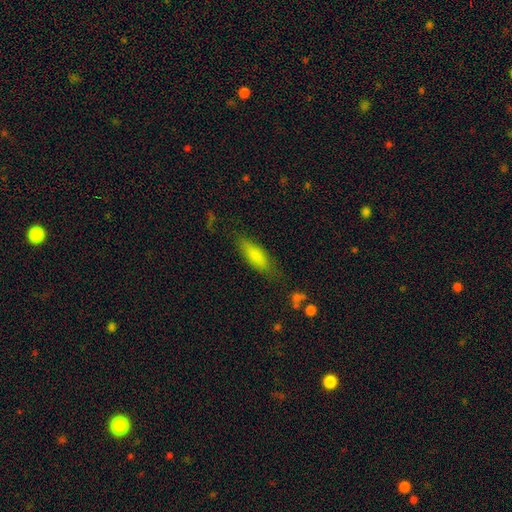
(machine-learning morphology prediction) Q: Smooth or featured?
A: smooth (80%); runner-up: featured or disk (13%)
Q: How rounded?
A: in between (55%); runner-up: cigar-shaped (43%)
Q: Merging?
A: none (73%); runner-up: minor disturbance (19%)